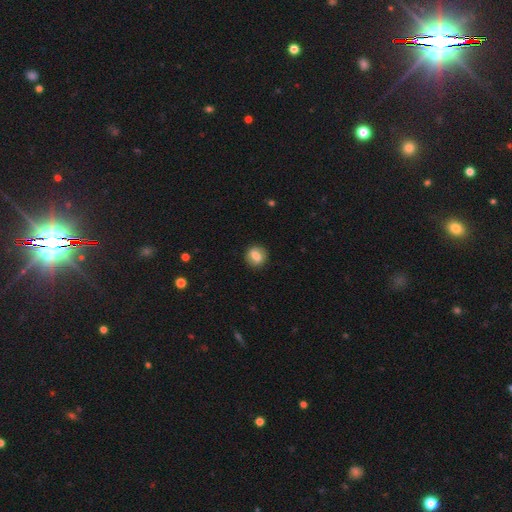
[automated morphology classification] Smooth or featured: smooth — 72% (featured or disk — 19%)
How rounded: round — 76% (in between — 23%)
Merging: none — 88% (minor disturbance — 9%)